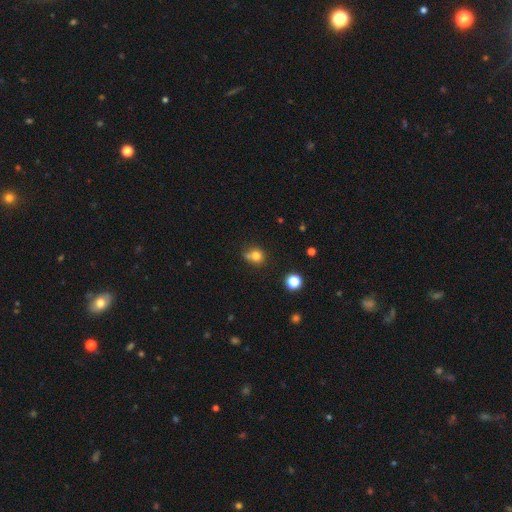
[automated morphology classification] Q: Smooth or featured?
A: smooth (79%); runner-up: star or artifact (13%)
Q: How rounded?
A: round (80%); runner-up: in between (19%)
Q: Merging?
A: none (54%); runner-up: minor disturbance (20%)